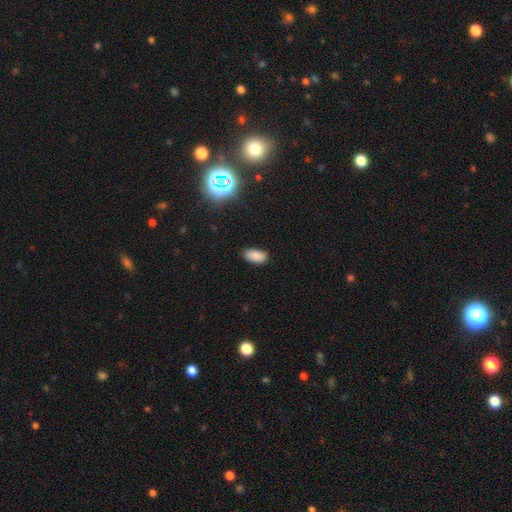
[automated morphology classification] type=smooth (84%); roundness=in between (94%); merging=none (84%).